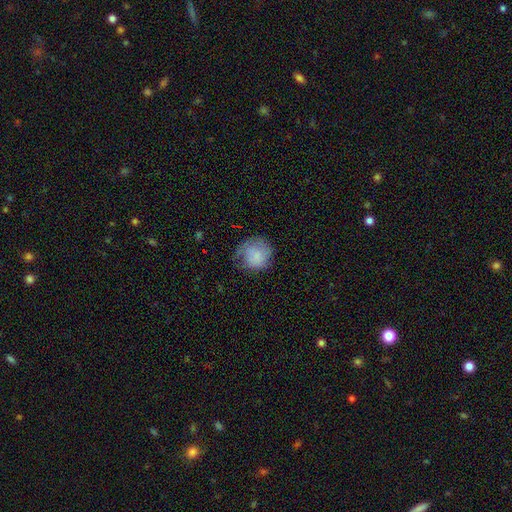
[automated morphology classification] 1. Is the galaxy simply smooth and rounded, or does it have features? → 71% smooth, 22% featured or disk, 7% star or artifact.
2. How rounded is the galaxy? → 87% round, 12% in between, 1% cigar-shaped.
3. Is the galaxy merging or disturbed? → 51% none, 30% minor disturbance, 18% major disturbance, 2% merger.